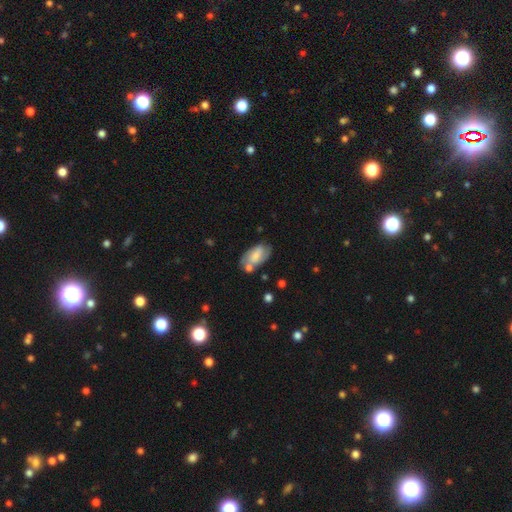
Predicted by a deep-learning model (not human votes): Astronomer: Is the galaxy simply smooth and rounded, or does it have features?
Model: smooth — 51% (runner-up: featured or disk, 42%).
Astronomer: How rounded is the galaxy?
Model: in between — 91%.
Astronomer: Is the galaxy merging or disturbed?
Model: none — 59%.